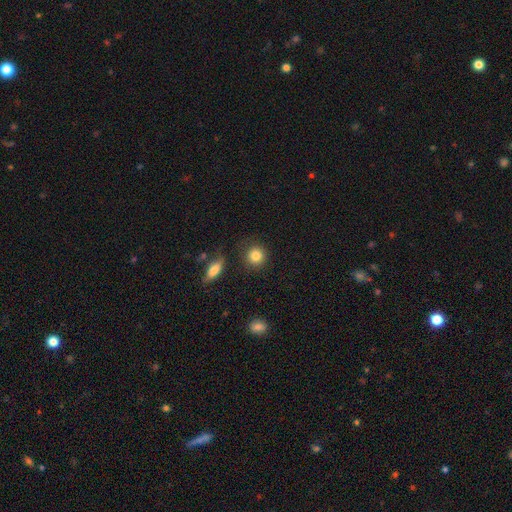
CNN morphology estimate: This appears to be a smooth galaxy with no disk features (84%) that is round (90%). Merging: none (86%).